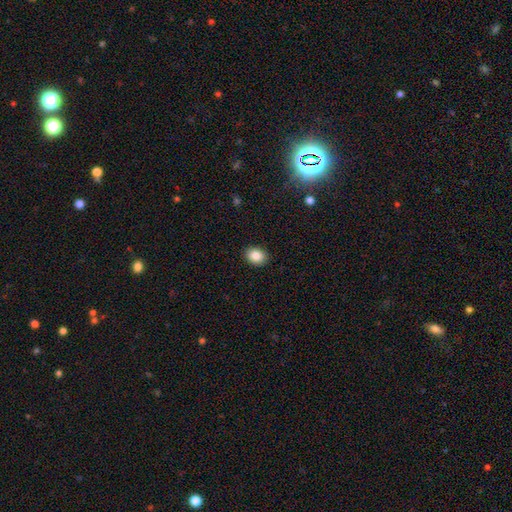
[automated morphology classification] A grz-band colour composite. It shows a smooth galaxy with no disk features (87%) that is in between round and cigar-shaped (55%). Merging: none (90%).